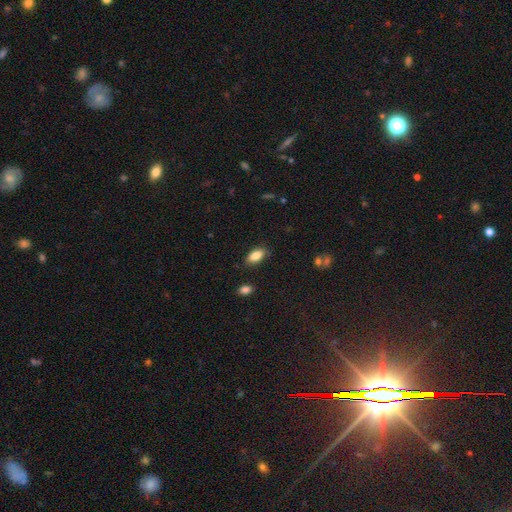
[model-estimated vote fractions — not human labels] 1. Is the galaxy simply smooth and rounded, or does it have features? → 85% smooth, 8% featured or disk, 7% star or artifact.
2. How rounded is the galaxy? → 90% in between, 7% cigar-shaped, 3% round.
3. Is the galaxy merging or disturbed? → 83% none, 12% minor disturbance, 3% major disturbance, 2% merger.